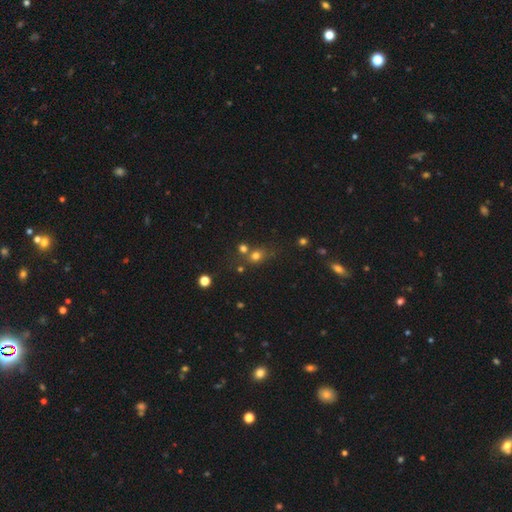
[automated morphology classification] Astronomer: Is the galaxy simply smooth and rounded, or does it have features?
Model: smooth — 70%.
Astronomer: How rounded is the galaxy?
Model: round — 65%.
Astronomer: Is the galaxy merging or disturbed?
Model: none — 53% (runner-up: merger, 29%).